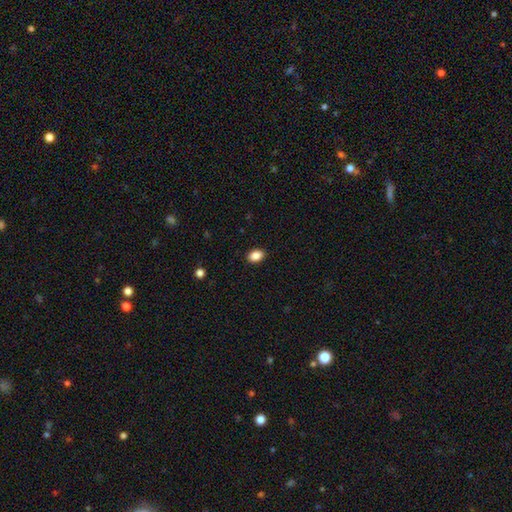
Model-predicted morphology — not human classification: Smooth or featured? smooth (89%)
How rounded? in between (82%)
Merging? none (90%)